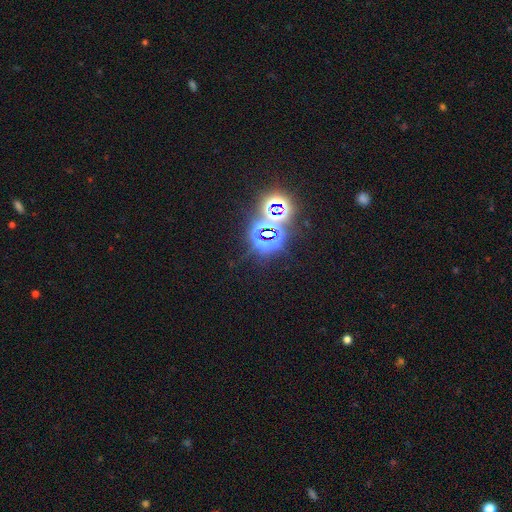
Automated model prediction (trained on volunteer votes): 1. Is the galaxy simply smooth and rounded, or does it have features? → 74% star or artifact, 16% smooth, 10% featured or disk.